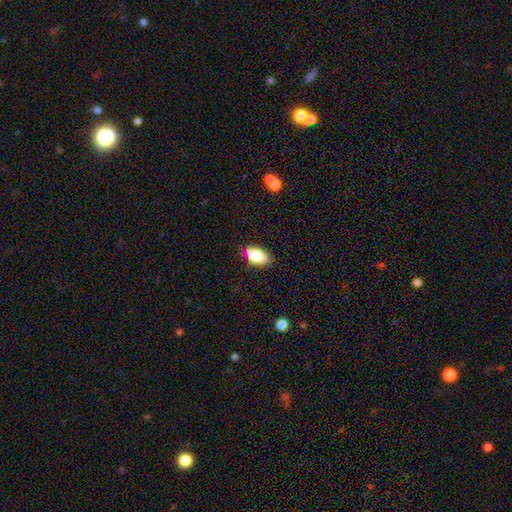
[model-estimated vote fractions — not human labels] Smooth or featured? Predicted: smooth (p=0.84). How rounded? Predicted: in between (p=0.92). Merging? Predicted: none (p=0.75).